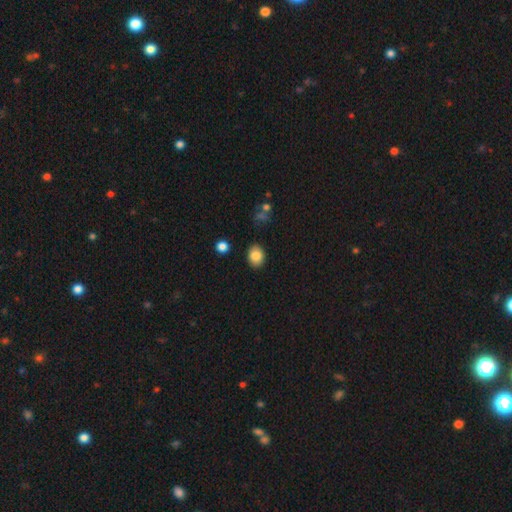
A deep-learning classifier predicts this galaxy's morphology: A smooth galaxy with no disk features (85%) that is in between round and cigar-shaped (55%).

Vote fractions:
- Smooth or featured? smooth: 85% / star or artifact: 9% / featured or disk: 6%
- How rounded? in between: 55% / round: 44% / cigar-shaped: 1%
- Merging? none: 87% / minor disturbance: 9% / major disturbance: 2% / merger: 2%